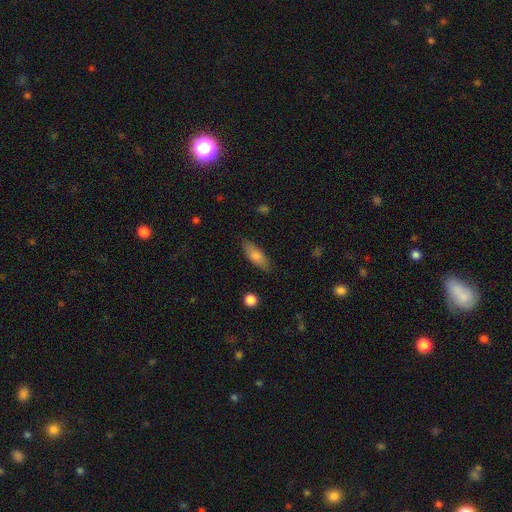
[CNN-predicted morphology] type=smooth (75%); roundness=in between (65%); merging=none (82%).